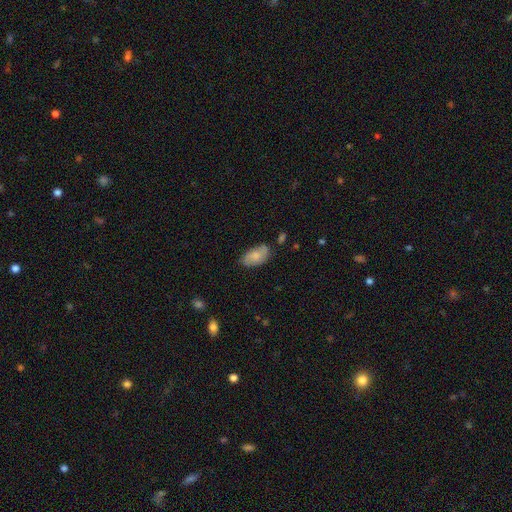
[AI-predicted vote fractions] smooth-or-featured: smooth: 71% | featured or disk: 22% | star or artifact: 7%
  how-rounded: in between: 94% | round: 3% | cigar-shaped: 3%
  merging: none: 69% | minor disturbance: 22% | major disturbance: 5% | merger: 4%